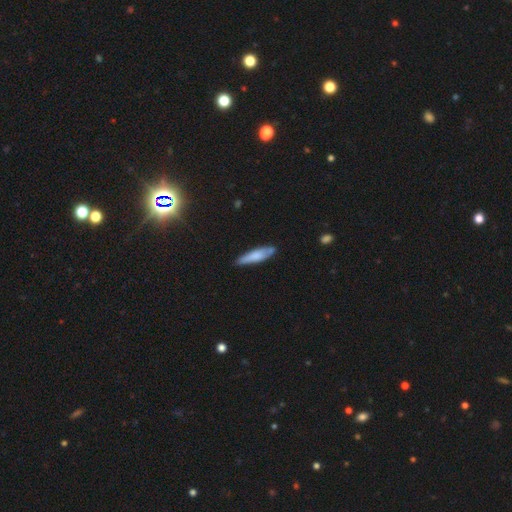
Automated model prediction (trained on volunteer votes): This is likely a smooth galaxy (71%). How rounded: likely cigar-shaped (77%). Merging: likely none (73%).